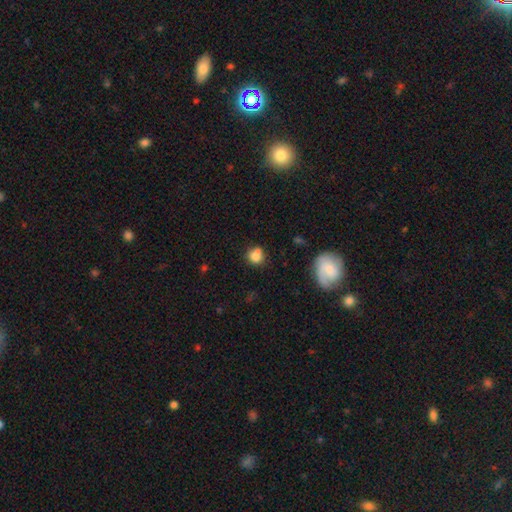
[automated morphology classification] Smooth or featured? smooth (79%)
How rounded? round (77%)
Merging? none (53%)